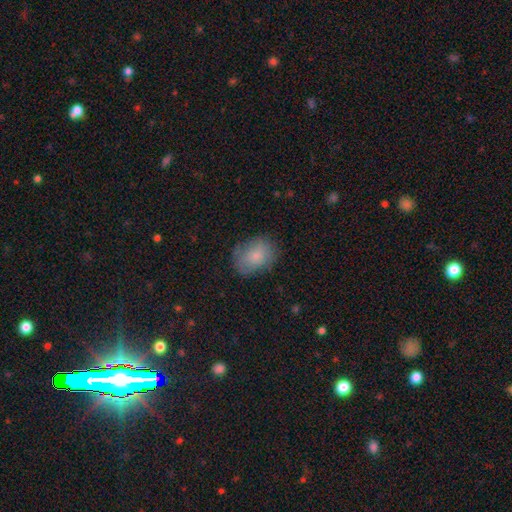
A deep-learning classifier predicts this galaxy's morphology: Smooth or featured?
  - smooth: 77% *
  - featured or disk: 15%
  - star or artifact: 8%
How rounded?
  - in between: 69% *
  - round: 29%
  - cigar-shaped: 1%
Merging?
  - none: 72% *
  - minor disturbance: 21%
  - major disturbance: 6%
  - merger: 1%